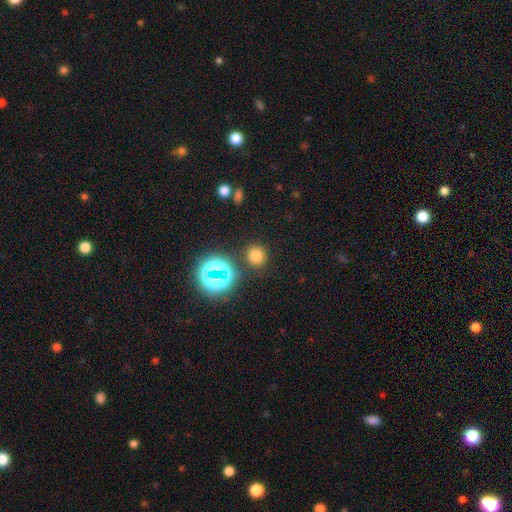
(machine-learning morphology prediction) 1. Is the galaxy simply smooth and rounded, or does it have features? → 70% smooth, 23% star or artifact, 6% featured or disk.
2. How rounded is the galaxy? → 87% round, 12% in between, 1% cigar-shaped.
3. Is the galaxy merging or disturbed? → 85% none, 8% minor disturbance, 4% merger, 3% major disturbance.